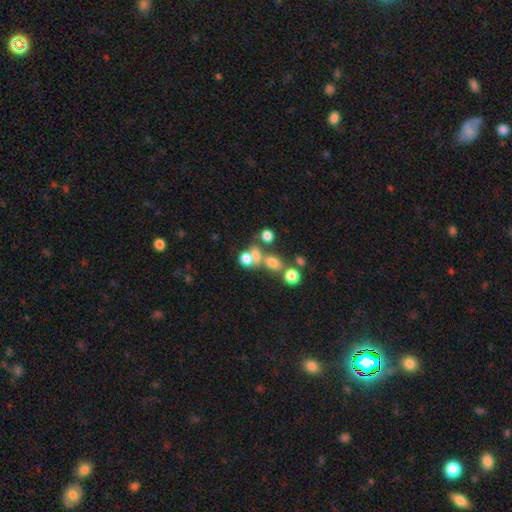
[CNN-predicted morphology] A smooth galaxy with no disk features (63%) that is round (58%). Merging: merger (44%).